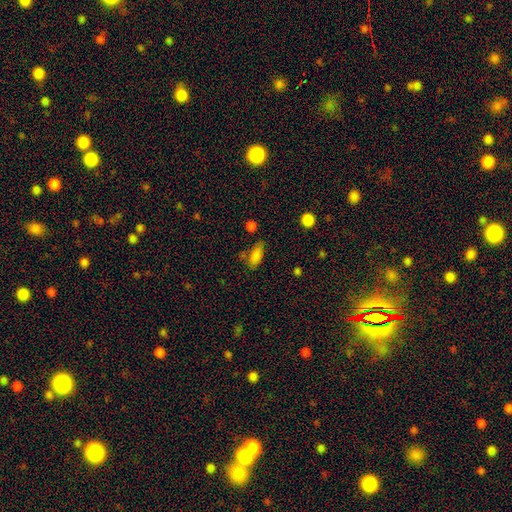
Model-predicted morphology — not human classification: A smooth galaxy with no disk features (82%) that is in between round and cigar-shaped (81%).

Vote fractions:
- Smooth or featured? smooth: 82% / star or artifact: 10% / featured or disk: 8%
- How rounded? in between: 81% / cigar-shaped: 16% / round: 3%
- Merging? none: 59% / minor disturbance: 25% / merger: 8% / major disturbance: 8%